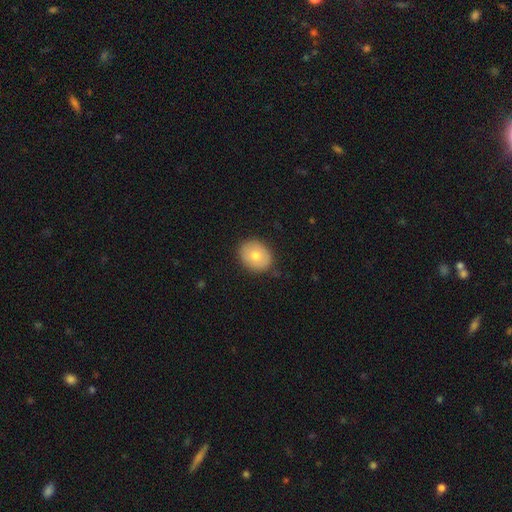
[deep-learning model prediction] Q: Smooth or featured?
A: smooth (72%); runner-up: featured or disk (20%)
Q: How rounded?
A: round (50%); runner-up: in between (49%)
Q: Merging?
A: none (86%); runner-up: minor disturbance (11%)